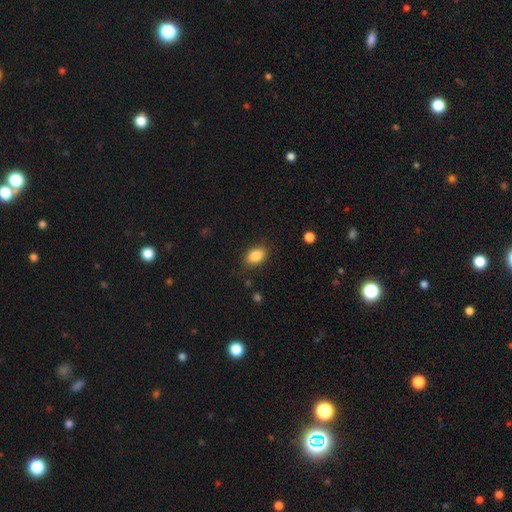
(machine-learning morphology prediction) The model was most divided on "merging": none: 84%, minor disturbance: 12%, major disturbance: 3%, merger: 1%. More confident: smooth or featured — smooth (86%); how rounded — in between (85%).